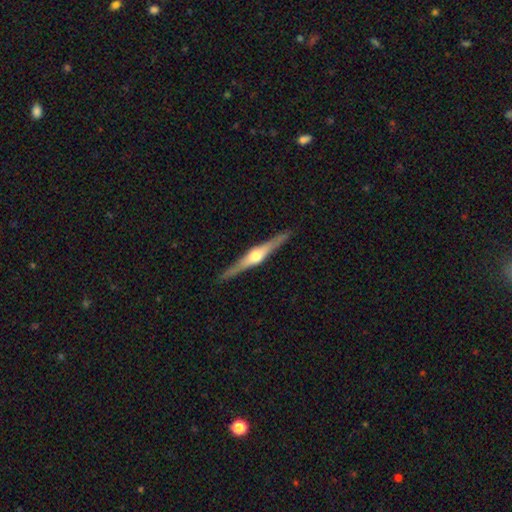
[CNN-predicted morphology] Overall: featured or disk (82%). Edge-on disk: yes (98%). Edge-on bulge: rounded (92%). Merging: none (91%).